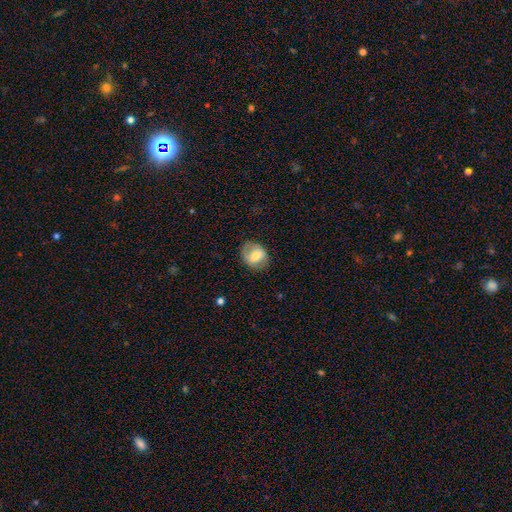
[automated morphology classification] Smooth or featured?
  - smooth: 60% *
  - featured or disk: 33%
  - star or artifact: 7%
How rounded?
  - round: 55% *
  - in between: 44%
  - cigar-shaped: 1%
Merging?
  - none: 72% *
  - minor disturbance: 19%
  - major disturbance: 8%
  - merger: 1%